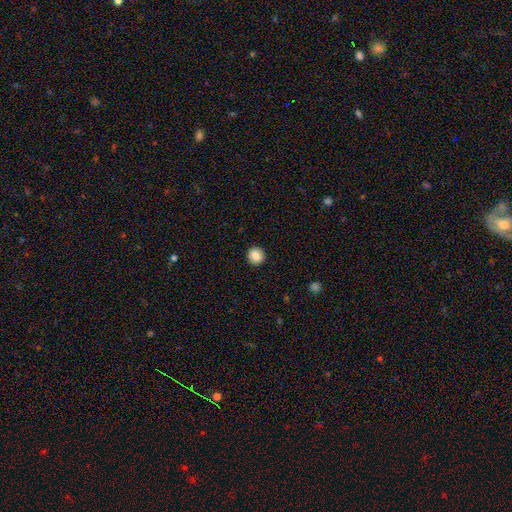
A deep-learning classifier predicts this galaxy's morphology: This appears to be a smooth galaxy with no disk features (86%) that is round (91%). Merging: none (92%).